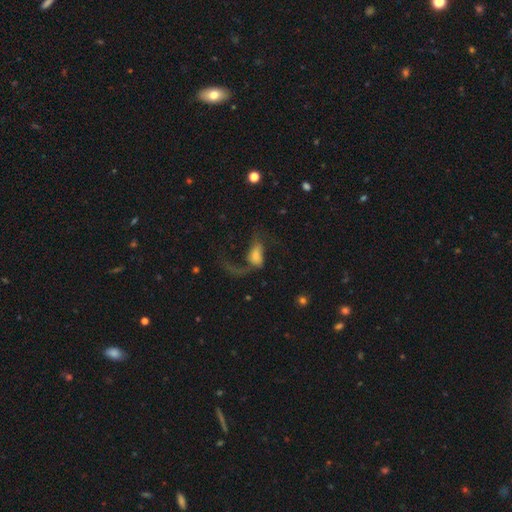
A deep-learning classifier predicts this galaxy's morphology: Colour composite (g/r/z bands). It shows a featured or disk galaxy (45%). Merging: major disturbance (61%).